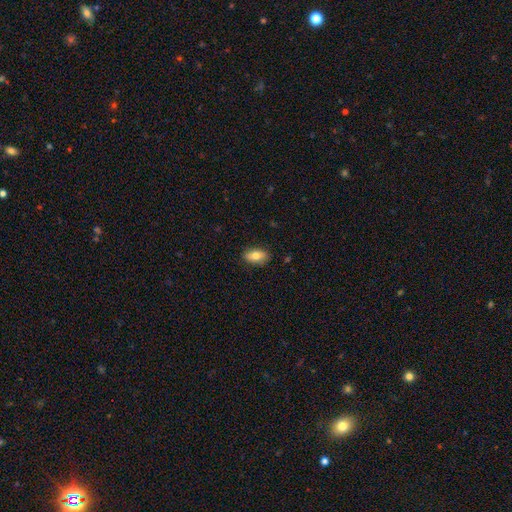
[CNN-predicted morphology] type=smooth (79%); roundness=in between (89%); merging=none (87%).